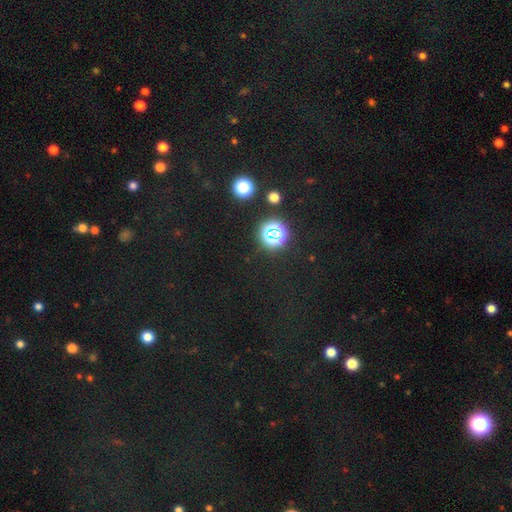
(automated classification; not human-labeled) Smooth or featured? star or artifact (65%)